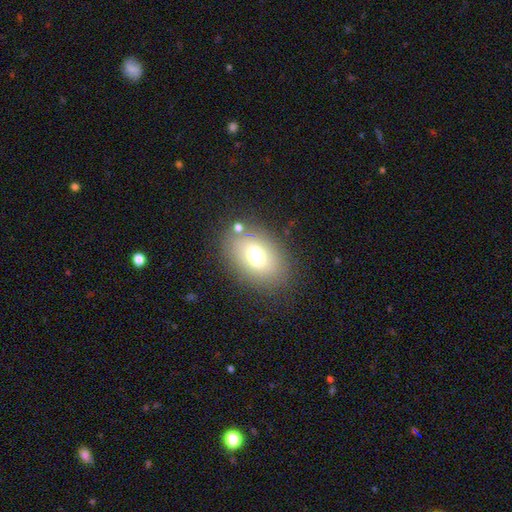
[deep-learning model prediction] Morphology: type=smooth (69%); roundness=in between (86%); merging=none (77%).